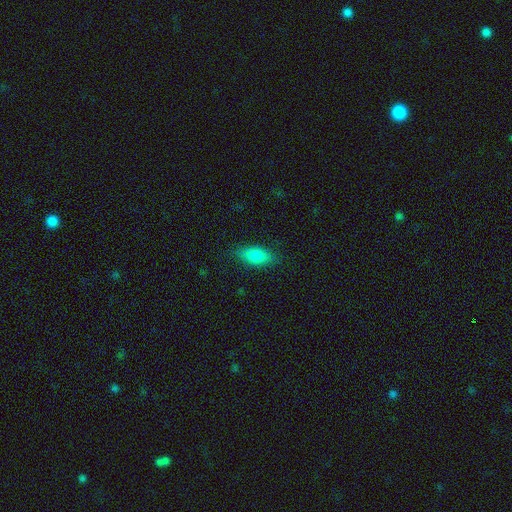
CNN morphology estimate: A smooth galaxy with no disk features (83%) that is in between round and cigar-shaped (82%).

Vote fractions:
- Smooth or featured? smooth: 83% / featured or disk: 10% / star or artifact: 8%
- How rounded? in between: 82% / cigar-shaped: 14% / round: 3%
- Merging? none: 83% / minor disturbance: 13% / major disturbance: 3% / merger: 1%